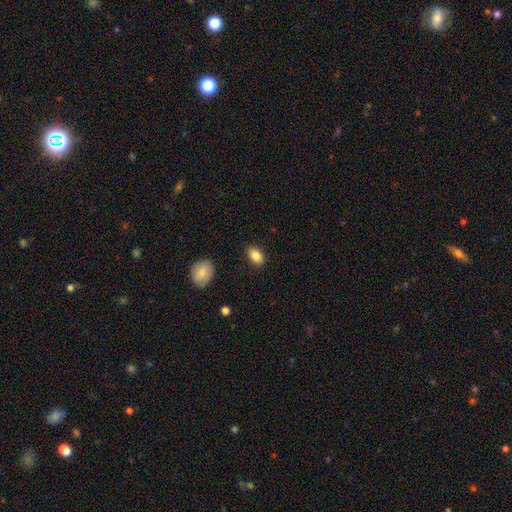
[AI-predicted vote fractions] smooth-or-featured: smooth: 87% | star or artifact: 8% | featured or disk: 6%
  how-rounded: in between: 88% | round: 10% | cigar-shaped: 2%
  merging: none: 87% | minor disturbance: 9% | major disturbance: 2% | merger: 1%